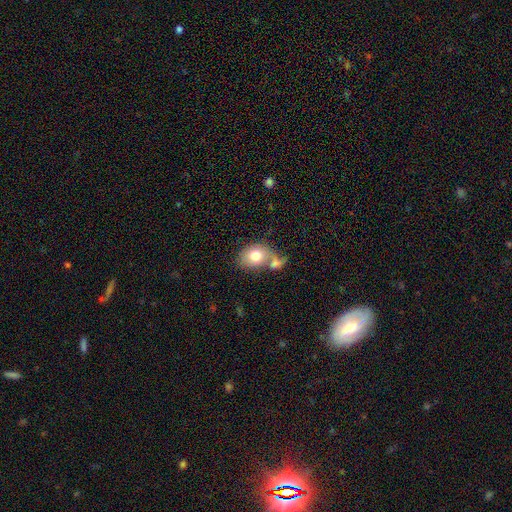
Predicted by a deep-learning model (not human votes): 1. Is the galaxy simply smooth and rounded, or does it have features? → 76% smooth, 17% featured or disk, 8% star or artifact.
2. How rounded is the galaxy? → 63% in between, 36% round, 1% cigar-shaped.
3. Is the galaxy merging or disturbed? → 47% merger, 32% none, 13% minor disturbance, 7% major disturbance.